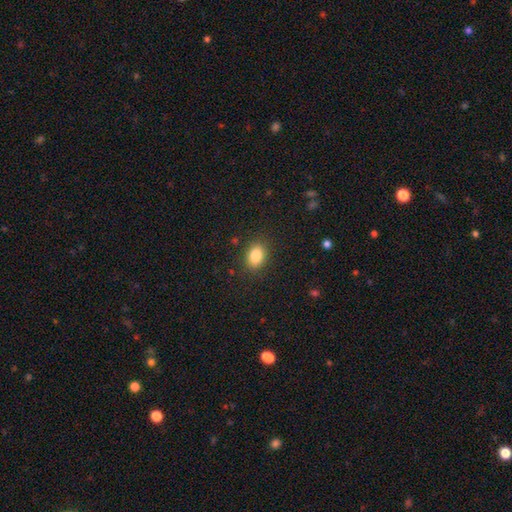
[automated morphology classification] Overall: smooth (85%). How rounded: in between (70%). Merging: none (87%).